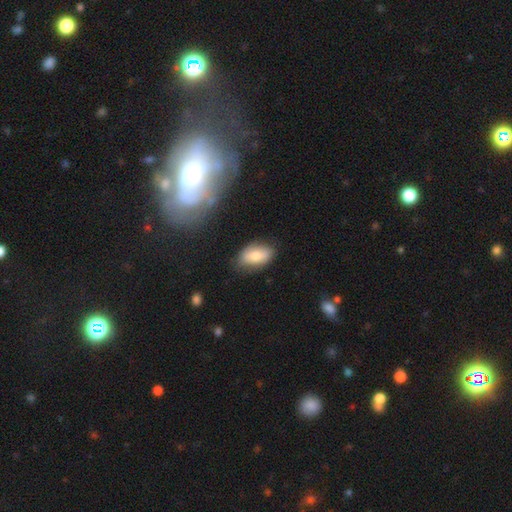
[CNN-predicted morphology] Smooth or featured? smooth (73%)
How rounded? in between (92%)
Merging? none (75%)